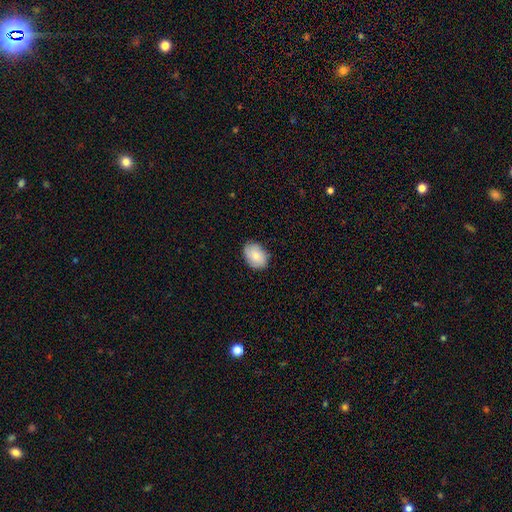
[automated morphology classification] smooth 78%, featured or disk 15%, star or artifact 7%. Down the decision tree: how rounded — in between (76%); merging — none (80%).